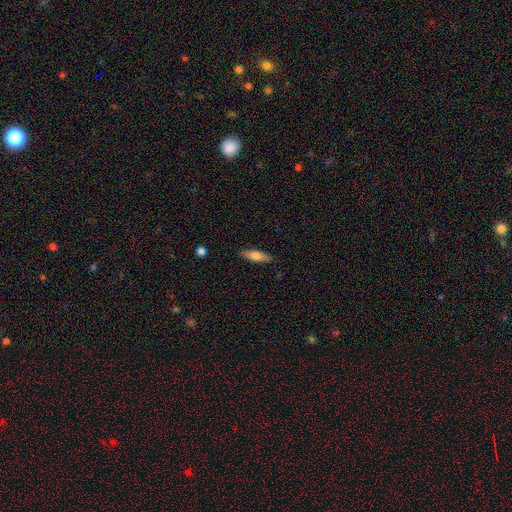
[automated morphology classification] Smooth or featured?
  - smooth: 71% *
  - featured or disk: 23%
  - star or artifact: 6%
How rounded?
  - cigar-shaped: 58% *
  - in between: 40%
  - round: 2%
Merging?
  - none: 88% *
  - minor disturbance: 9%
  - major disturbance: 2%
  - merger: 1%